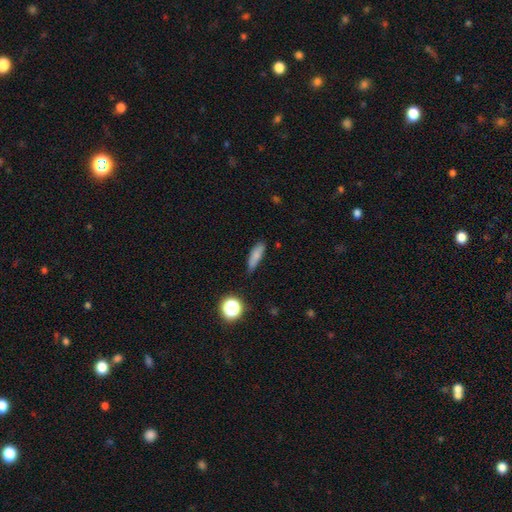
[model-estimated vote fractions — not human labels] The model was most divided on "how rounded": cigar-shaped: 56%, in between: 39%, round: 5%. More confident: smooth or featured — smooth (77%); merging — none (70%).